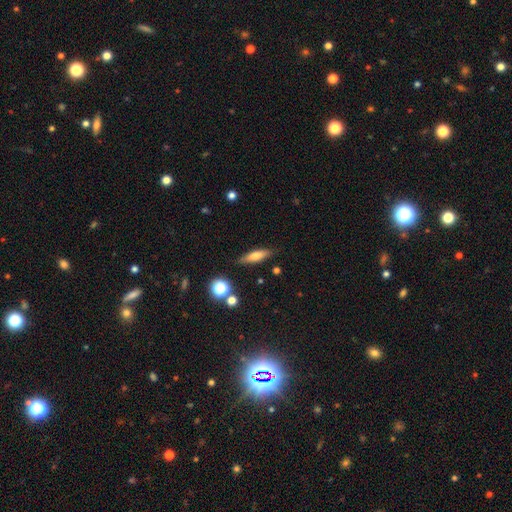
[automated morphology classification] A smooth galaxy with no disk features (61%) that is cigar-shaped (64%). Merging: none (84%).